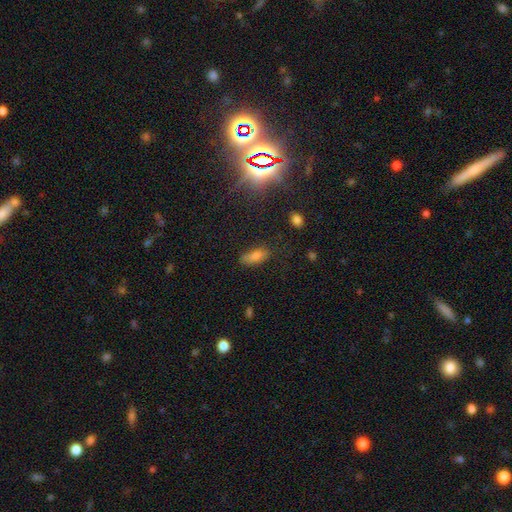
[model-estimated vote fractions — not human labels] This is likely a smooth galaxy (73%). How rounded: likely in between (77%). Merging: likely none (72%).